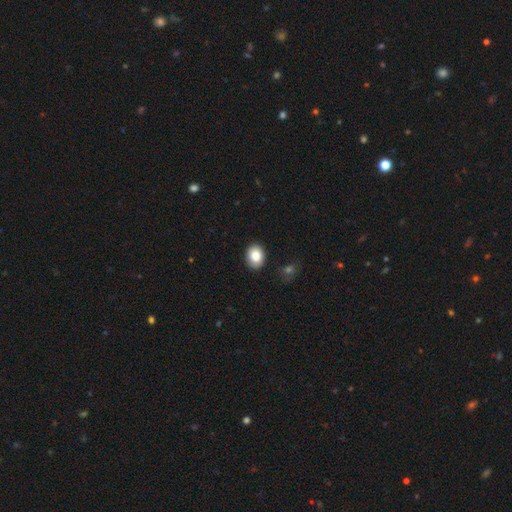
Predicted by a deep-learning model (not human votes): Overall: smooth (84%). How rounded: in between (61%; round 38%). Merging: none (88%).